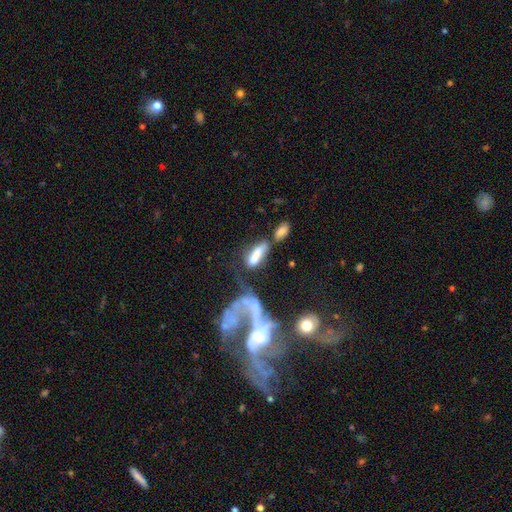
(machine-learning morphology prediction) Q: Smooth or featured?
A: smooth (69%); runner-up: featured or disk (21%)
Q: How rounded?
A: in between (64%); runner-up: cigar-shaped (33%)
Q: Merging?
A: merger (44%); runner-up: major disturbance (22%)